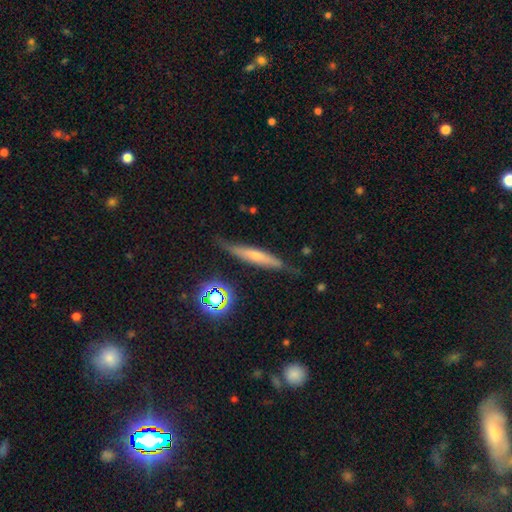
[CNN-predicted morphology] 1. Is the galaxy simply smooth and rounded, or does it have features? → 51% featured or disk, 36% smooth, 13% star or artifact.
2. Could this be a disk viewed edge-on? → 84% yes, 16% no.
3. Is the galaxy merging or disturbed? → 72% none, 21% minor disturbance, 5% major disturbance, 2% merger.